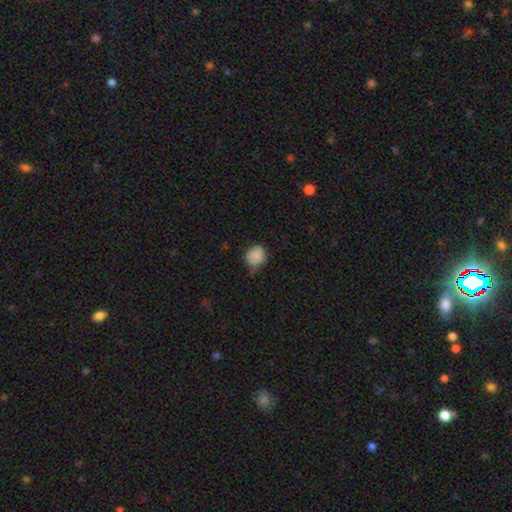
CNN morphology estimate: type=smooth (86%); roundness=round (73%); merging=none (57%).